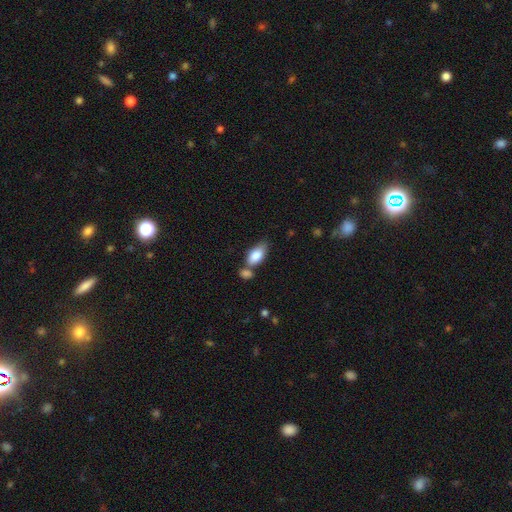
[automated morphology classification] type=smooth (84%); roundness=in between (91%); merging=none (42%).